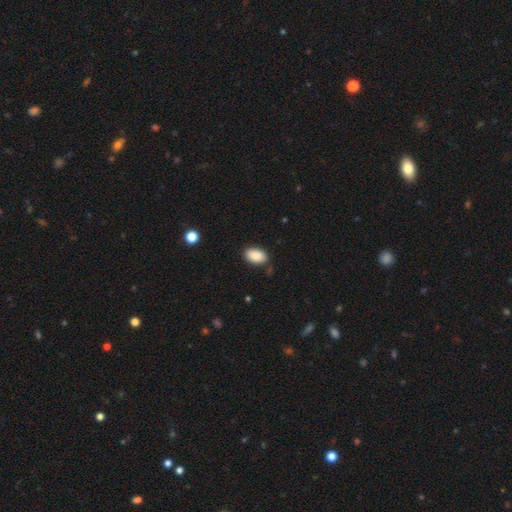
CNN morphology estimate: Smooth or featured? Predicted: smooth (p=0.89). How rounded? Predicted: in between (p=0.92). Merging? Predicted: none (p=0.83).